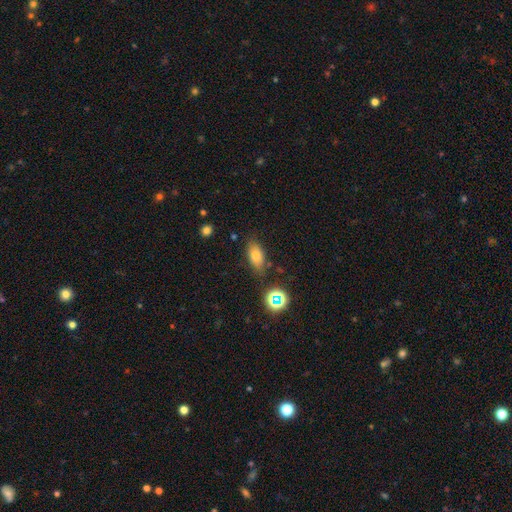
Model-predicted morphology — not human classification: Overall: smooth (73%). How rounded: in between (84%). Merging: none (77%).